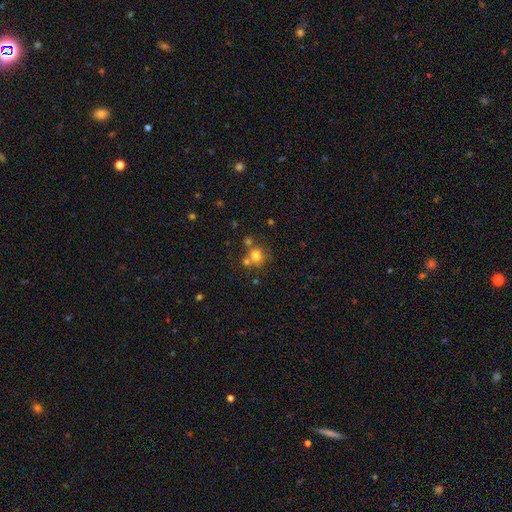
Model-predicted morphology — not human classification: smooth 74%, star or artifact 15%, featured or disk 11%. Down the decision tree: how rounded — round (83%); merging — none (53%).